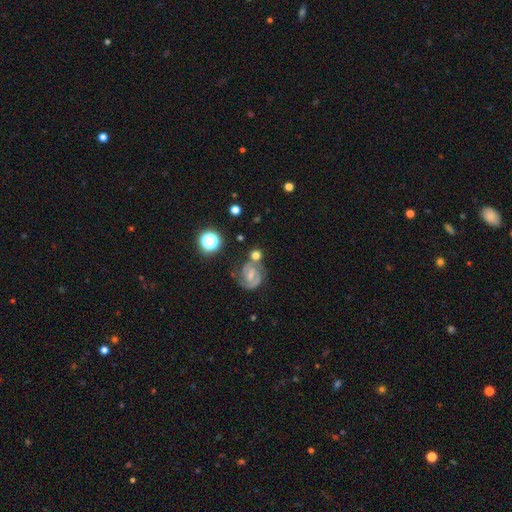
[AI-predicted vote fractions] smooth-or-featured: featured or disk: 53% | smooth: 32% | star or artifact: 15%
  disk-edge-on: no: 95% | yes: 5%
    bar: weak: 48% | no: 30% | strong: 21%
    has-spiral-arms: yes: 88% | no: 12%
    bulge-size: small: 50% | moderate: 33% | none: 10% | large: 5% | dominant: 2%
  merging: none: 58% | merger: 21% | minor disturbance: 14% | major disturbance: 6%